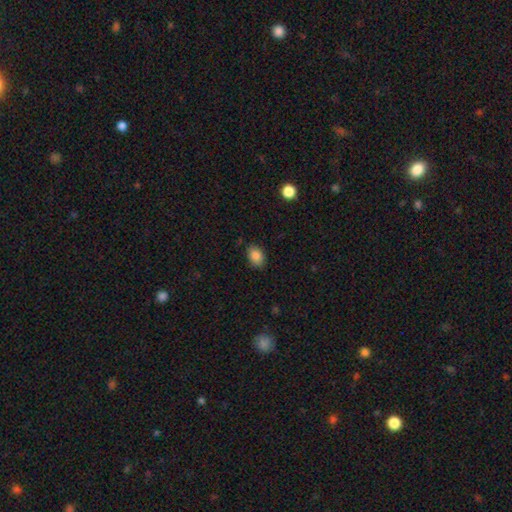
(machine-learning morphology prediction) Smooth or featured? smooth (86%)
How rounded? in between (78%)
Merging? none (83%)